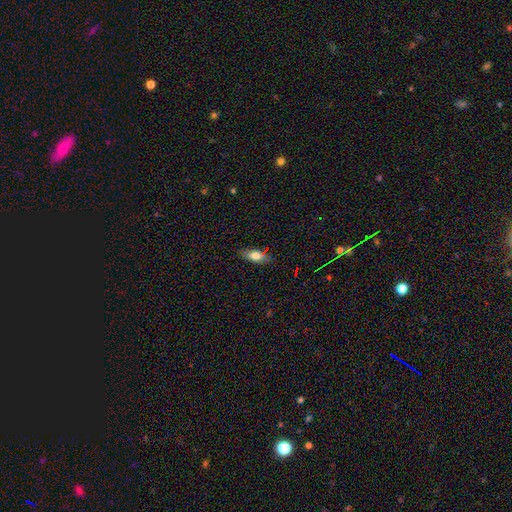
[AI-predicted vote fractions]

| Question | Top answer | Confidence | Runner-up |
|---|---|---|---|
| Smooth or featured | smooth | 72% | featured or disk (19%) |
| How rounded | in between | 76% | cigar-shaped (19%) |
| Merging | none | 83% | minor disturbance (13%) |